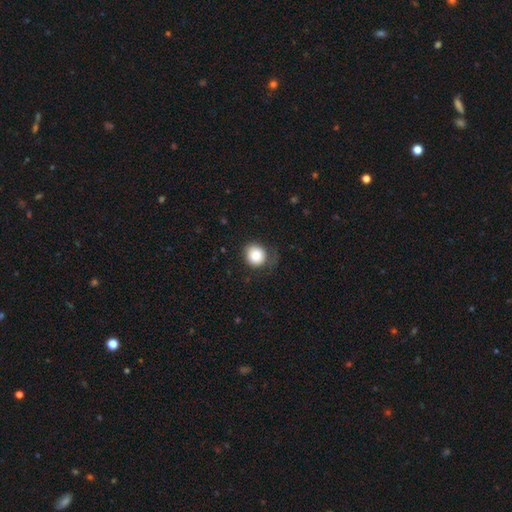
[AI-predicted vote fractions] A smooth galaxy with no disk features (84%) that is round (84%). Merging: none (64%).